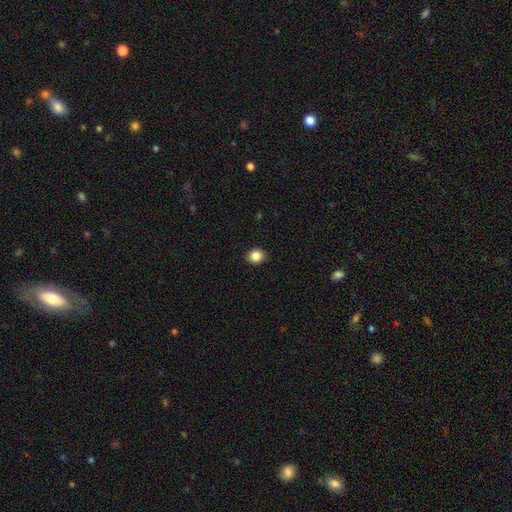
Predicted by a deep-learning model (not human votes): Smooth or featured? smooth (86%)
How rounded? round (74%)
Merging? none (91%)